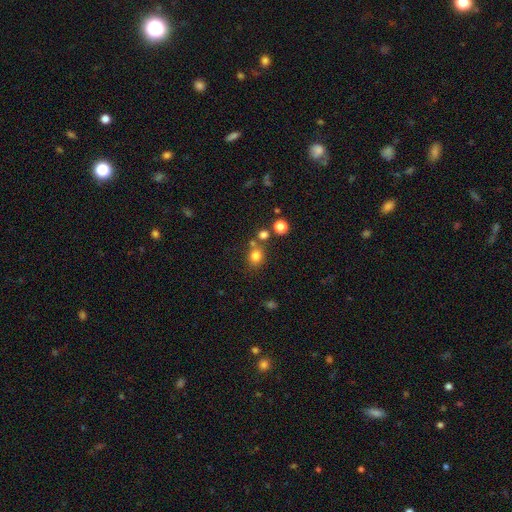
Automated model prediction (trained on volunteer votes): smooth 79%, star or artifact 14%, featured or disk 7%. Down the decision tree: how rounded — round (73%); merging — none (67%).